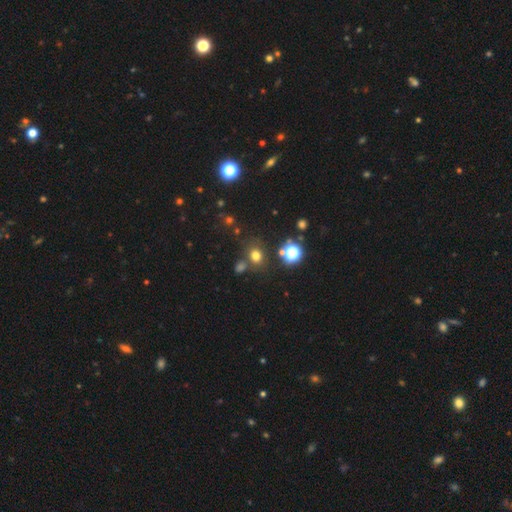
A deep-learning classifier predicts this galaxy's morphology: This is likely a smooth galaxy (69%). How rounded: likely round (73%). Merging: likely none (74%).